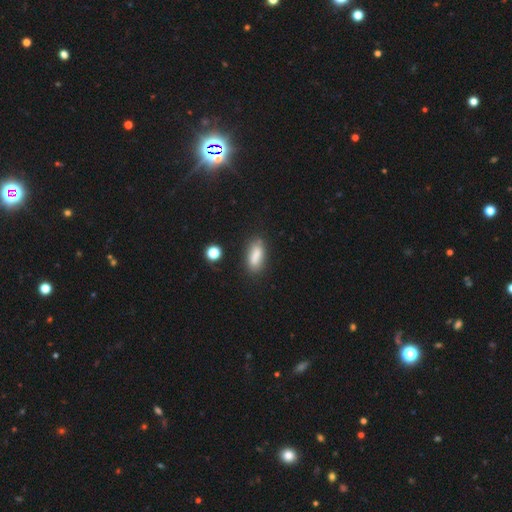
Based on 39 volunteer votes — smooth 79%, featured or disk 15%, star or artifact 5%. Down the decision tree: how rounded — in between (74%); merging — none (73%).